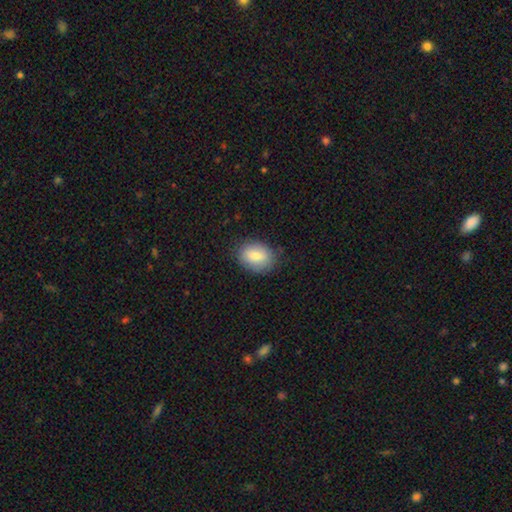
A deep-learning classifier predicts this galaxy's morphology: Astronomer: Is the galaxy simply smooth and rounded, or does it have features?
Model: smooth — 84%.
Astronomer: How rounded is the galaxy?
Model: in between — 74%.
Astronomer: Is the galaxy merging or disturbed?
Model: none — 81%.